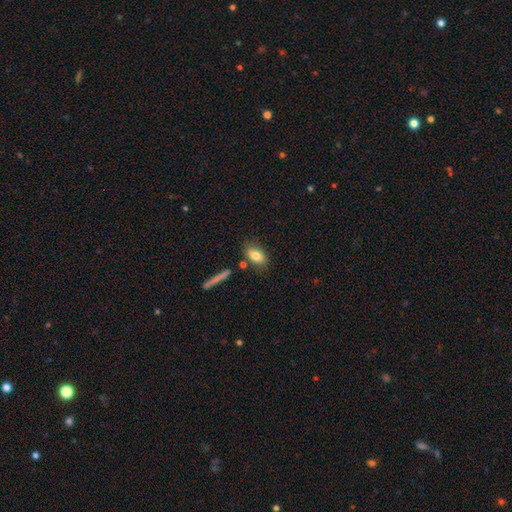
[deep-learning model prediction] Smooth or featured? Predicted: smooth (p=0.79). How rounded? Predicted: in between (p=0.85). Merging? Predicted: none (p=0.74).